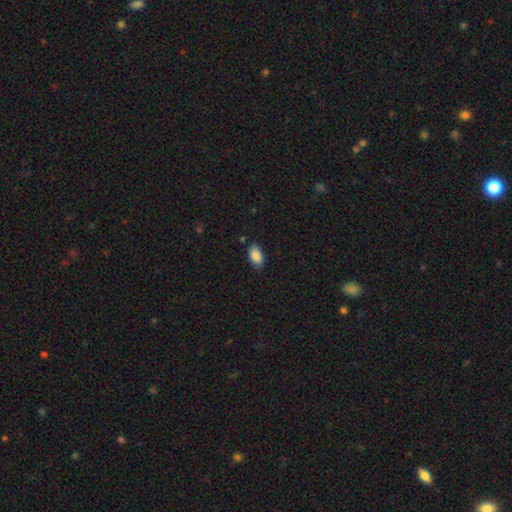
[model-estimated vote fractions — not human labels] smooth_or_featured: smooth (p=0.86) [alt: star or artifact p=0.07]
how_rounded: in between (p=0.92) [alt: round p=0.05]
merging: none (p=0.77) [alt: minor disturbance p=0.19]